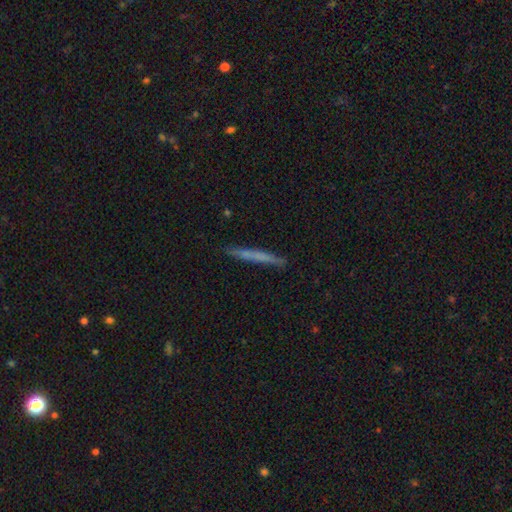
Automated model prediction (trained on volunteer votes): Morphology: type=smooth (54%); roundness=cigar-shaped (96%); merging=none (89%).